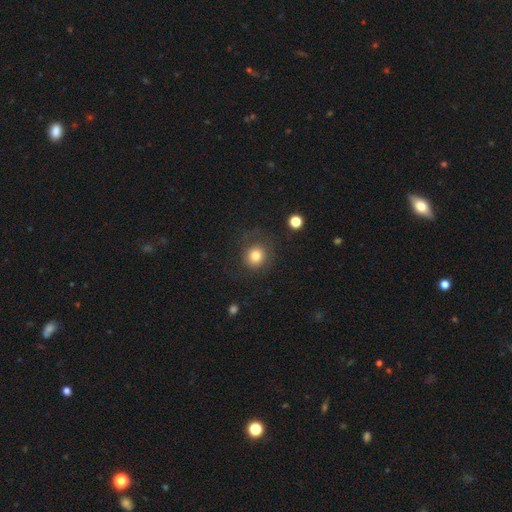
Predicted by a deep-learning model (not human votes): Overall: smooth (79%). How rounded: round (86%). Merging: none (75%).